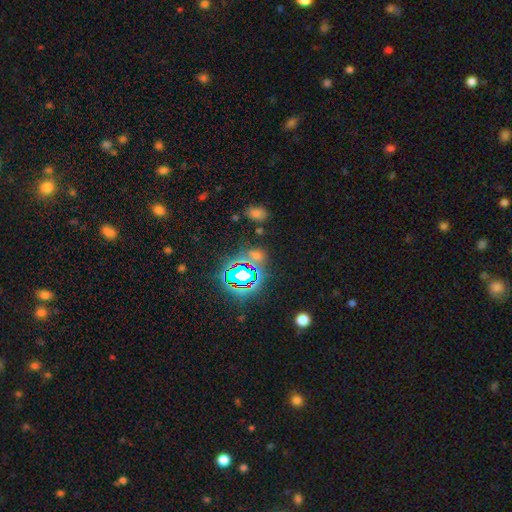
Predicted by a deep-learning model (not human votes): Overall: star or artifact (61%; smooth 30%).